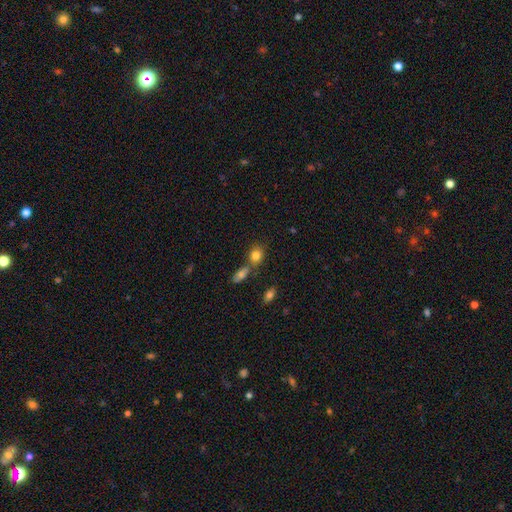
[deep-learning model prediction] A smooth galaxy with no disk features (82%) that is round (51%).

Vote fractions:
- Smooth or featured? smooth: 82% / star or artifact: 10% / featured or disk: 8%
- How rounded? round: 51% / in between: 47% / cigar-shaped: 2%
- Merging? none: 56% / merger: 28% / minor disturbance: 12% / major disturbance: 4%